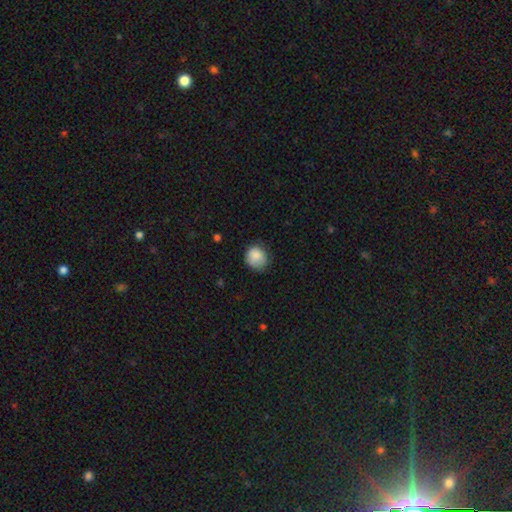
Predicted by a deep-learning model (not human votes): Smooth or featured?
  - smooth: 86% *
  - star or artifact: 8%
  - featured or disk: 6%
How rounded?
  - round: 79% *
  - in between: 20%
  - cigar-shaped: 1%
Merging?
  - none: 70% *
  - minor disturbance: 23%
  - major disturbance: 5%
  - merger: 1%